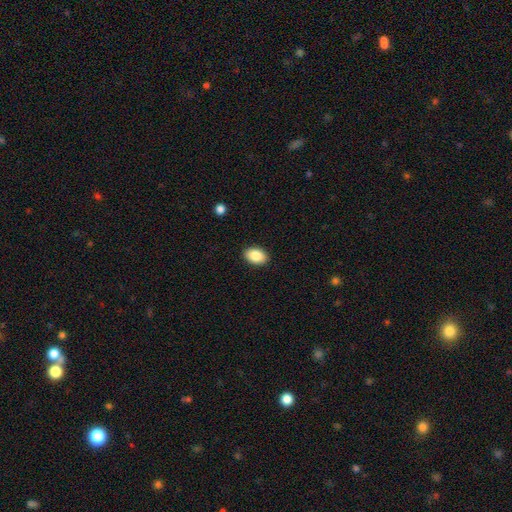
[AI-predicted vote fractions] This is clearly a smooth galaxy (88%). How rounded: clearly in between (85%). Merging: clearly none (89%).